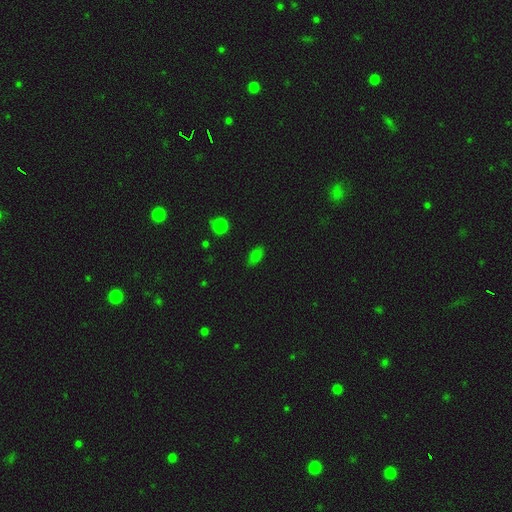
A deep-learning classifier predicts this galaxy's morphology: Smooth or featured? smooth (78%)
How rounded? in between (87%)
Merging? none (81%)